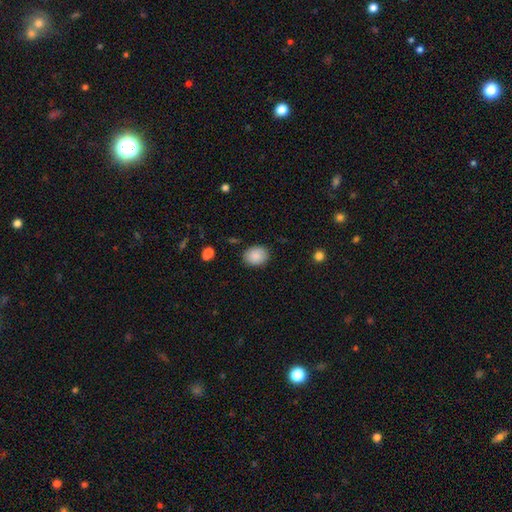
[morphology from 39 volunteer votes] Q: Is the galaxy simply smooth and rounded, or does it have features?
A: smooth — 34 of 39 (87%).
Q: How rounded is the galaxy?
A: in between — 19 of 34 (56%).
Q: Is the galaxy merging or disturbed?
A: none — 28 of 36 (78%).